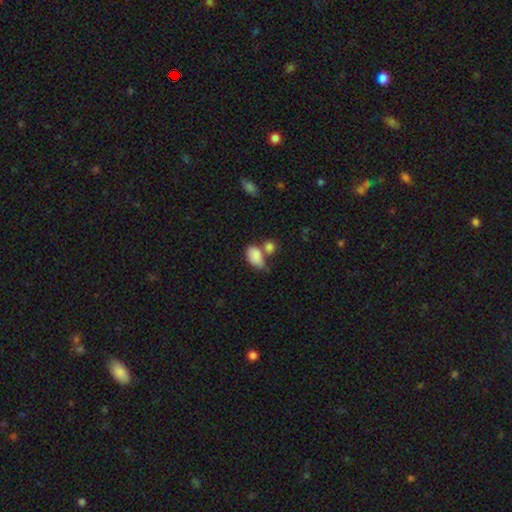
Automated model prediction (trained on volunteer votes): This is clearly a smooth galaxy (85%). How rounded: clearly in between (89%). Merging: marginally merger (39%).